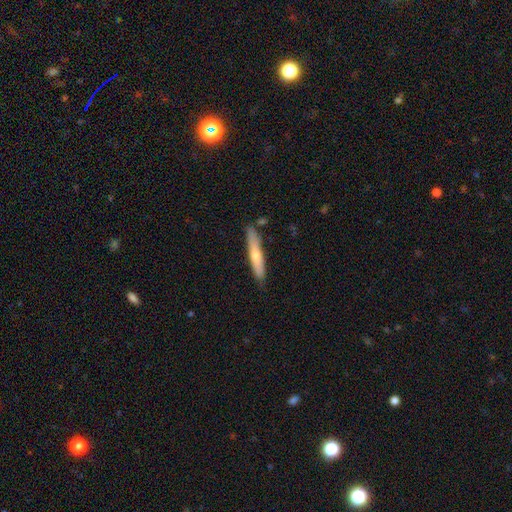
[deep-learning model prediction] smooth_or_featured: smooth (p=0.47) [alt: featured or disk p=0.46]
merging: none (p=0.86) [alt: minor disturbance p=0.10]